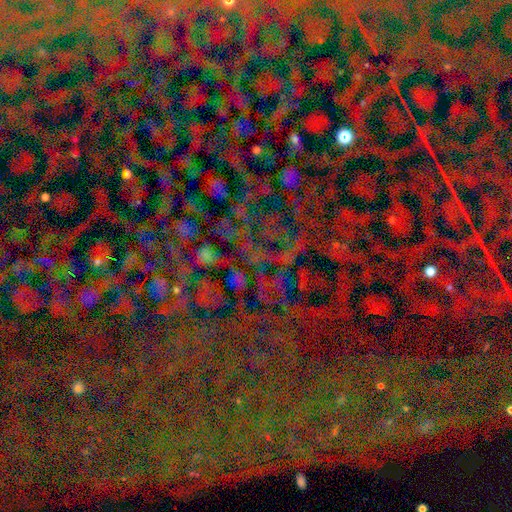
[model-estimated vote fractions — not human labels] The model was most divided on "smooth or featured": star or artifact: 70%, smooth: 20%, featured or disk: 11%.